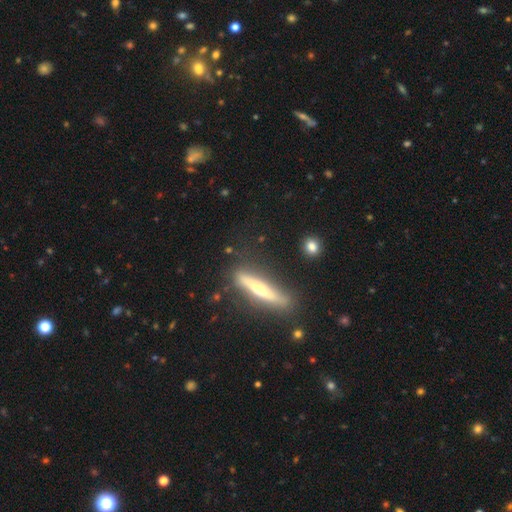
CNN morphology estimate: Overall: featured or disk (59%; smooth 29%). Edge-on disk: yes (86%). Edge-on bulge: rounded (77%). Merging: none (73%).